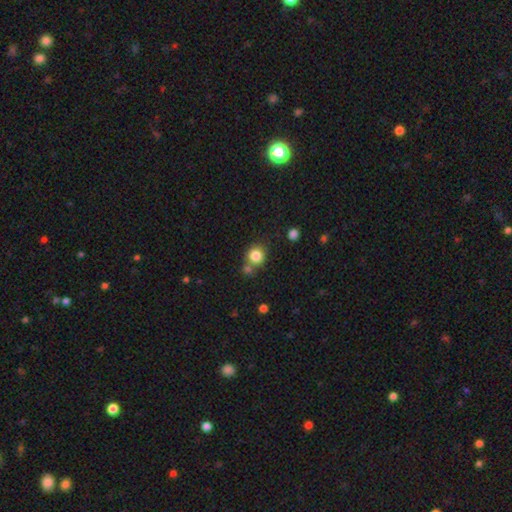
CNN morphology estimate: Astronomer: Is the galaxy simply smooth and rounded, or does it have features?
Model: smooth — 83%.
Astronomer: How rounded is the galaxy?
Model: round — 86%.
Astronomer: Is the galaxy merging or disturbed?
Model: none — 65%.